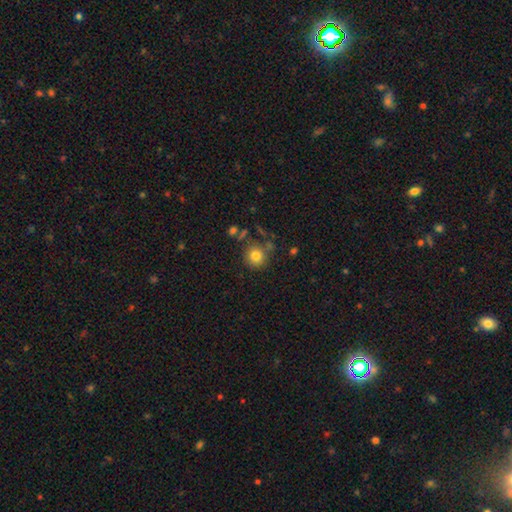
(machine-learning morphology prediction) Smooth or featured? Predicted: smooth (p=0.80). How rounded? Predicted: round (p=0.90). Merging? Predicted: none (p=0.74).